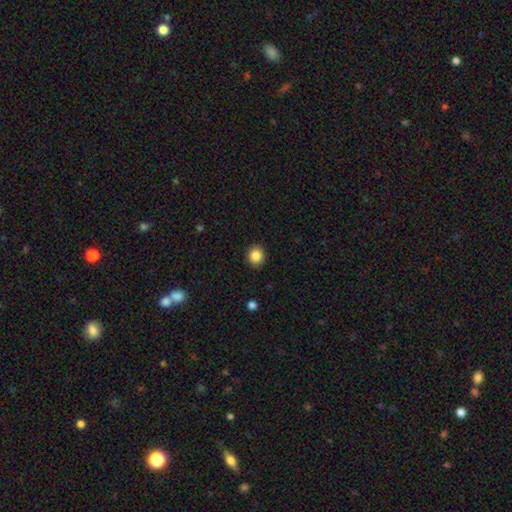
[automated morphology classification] A smooth galaxy with no disk features (85%) that is round (82%).

Vote fractions:
- Smooth or featured? smooth: 85% / star or artifact: 10% / featured or disk: 5%
- How rounded? round: 82% / in between: 17% / cigar-shaped: 1%
- Merging? none: 91% / minor disturbance: 6% / major disturbance: 2% / merger: 1%